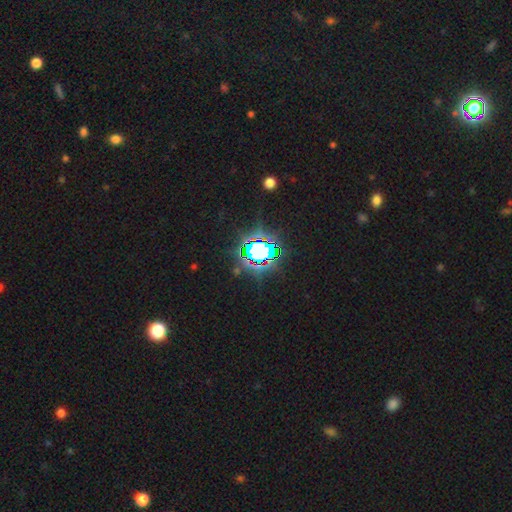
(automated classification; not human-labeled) Smooth or featured? Predicted: star or artifact (p=0.78).